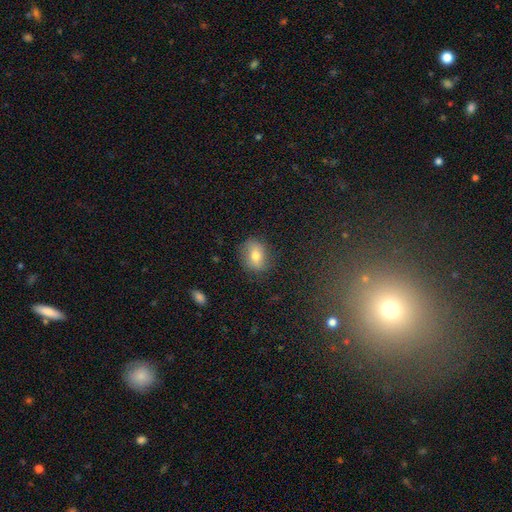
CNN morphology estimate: smooth_or_featured: smooth (p=0.67) [alt: featured or disk p=0.22]
how_rounded: round (p=0.49) [tied with: in between p=0.49]
merging: none (p=0.79) [alt: minor disturbance p=0.15]